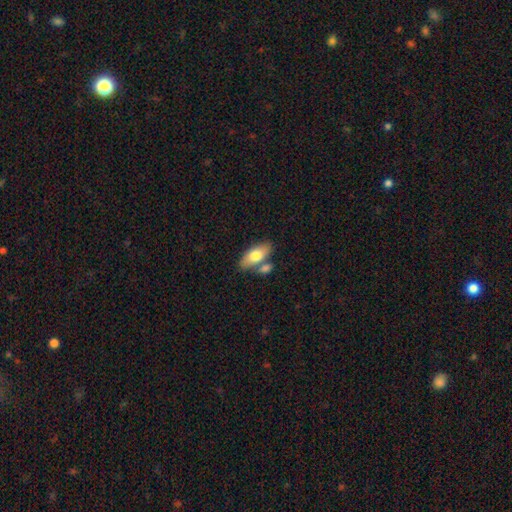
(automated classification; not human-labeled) Q: Smooth or featured?
A: smooth (73%); runner-up: featured or disk (21%)
Q: How rounded?
A: in between (87%); runner-up: cigar-shaped (9%)
Q: Merging?
A: none (57%); runner-up: merger (28%)